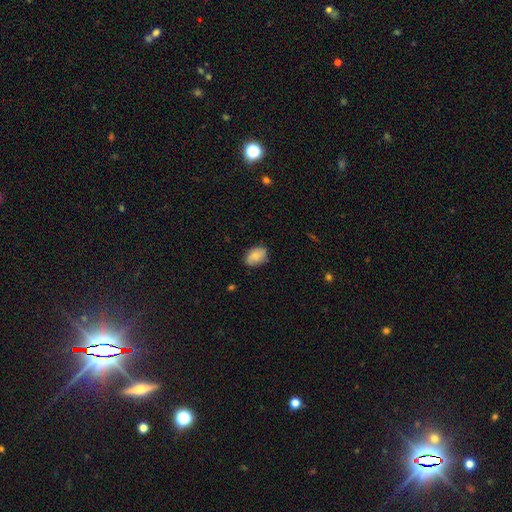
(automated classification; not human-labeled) Smooth or featured?
  - smooth: 80% *
  - featured or disk: 13%
  - star or artifact: 7%
How rounded?
  - in between: 84% *
  - round: 14%
  - cigar-shaped: 1%
Merging?
  - none: 76% *
  - minor disturbance: 19%
  - major disturbance: 3%
  - merger: 1%